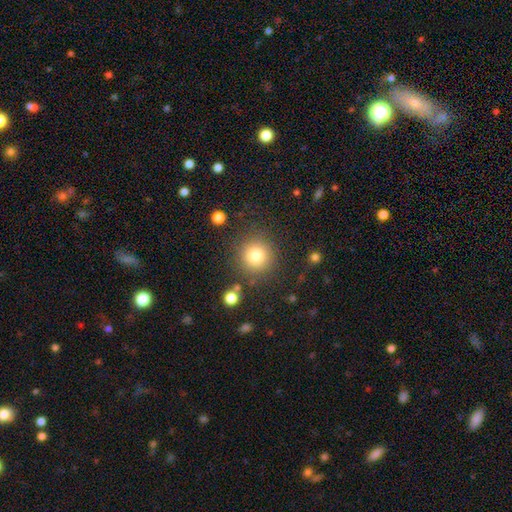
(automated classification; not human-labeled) This is clearly a smooth galaxy (80%). How rounded: clearly round (93%). Merging: clearly none (84%).